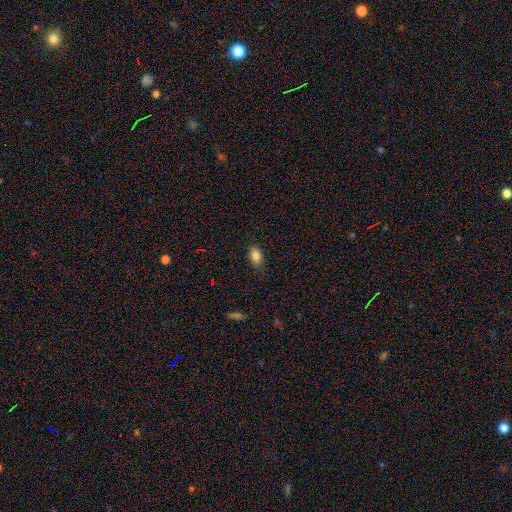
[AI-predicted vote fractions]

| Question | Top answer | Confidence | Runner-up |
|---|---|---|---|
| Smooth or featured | smooth | 84% | star or artifact (10%) |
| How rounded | in between | 86% | round (11%) |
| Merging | none | 81% | minor disturbance (15%) |